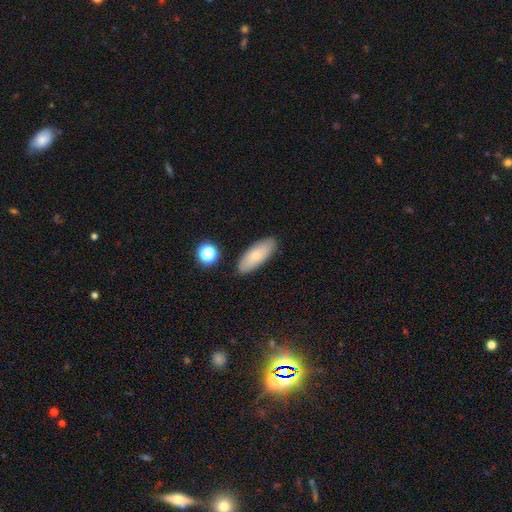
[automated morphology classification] Smooth or featured?
  - smooth: 77% *
  - featured or disk: 16%
  - star or artifact: 7%
How rounded?
  - in between: 73% *
  - cigar-shaped: 25%
  - round: 2%
Merging?
  - none: 85% *
  - minor disturbance: 10%
  - merger: 2%
  - major disturbance: 2%